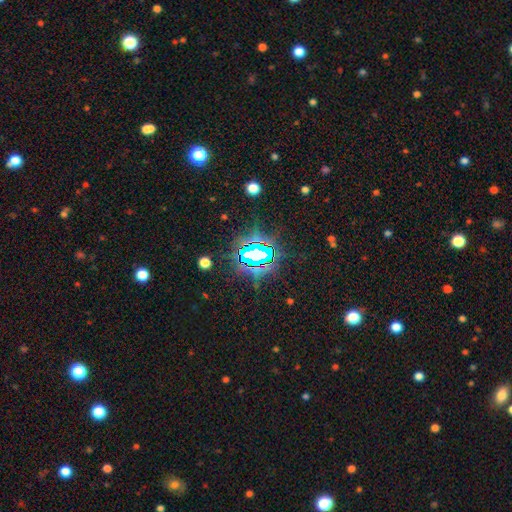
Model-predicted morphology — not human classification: star or artifact 75%, smooth 14%, featured or disk 11%.